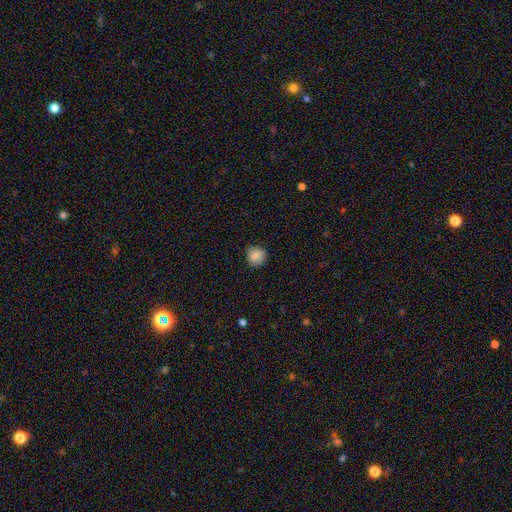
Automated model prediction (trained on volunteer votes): Q: Smooth or featured?
A: smooth (83%); runner-up: star or artifact (9%)
Q: How rounded?
A: round (85%); runner-up: in between (14%)
Q: Merging?
A: none (82%); runner-up: minor disturbance (14%)